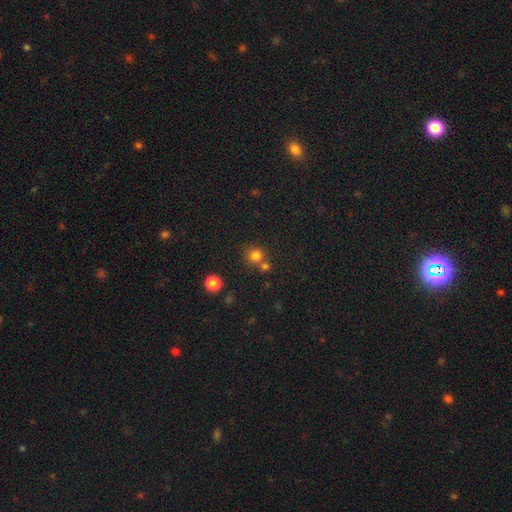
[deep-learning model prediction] A smooth galaxy with no disk features (78%) that is round (90%).

Vote fractions:
- Smooth or featured? smooth: 78% / star or artifact: 15% / featured or disk: 6%
- How rounded? round: 90% / in between: 9% / cigar-shaped: 1%
- Merging? none: 66% / merger: 24% / minor disturbance: 7% / major disturbance: 3%